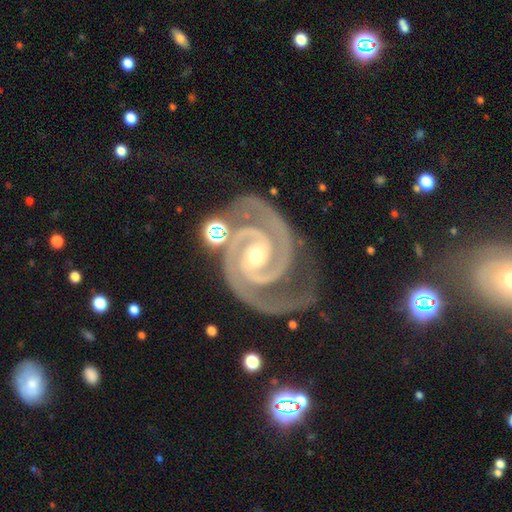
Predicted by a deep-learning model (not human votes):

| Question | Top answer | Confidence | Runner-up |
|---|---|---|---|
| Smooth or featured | featured or disk | 94% | star or artifact (4%) |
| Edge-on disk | no | 98% | yes (2%) |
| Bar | no | 46% | weak (32%) |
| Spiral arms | yes | 99% | no (1%) |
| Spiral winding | tight | 74% | medium (24%) |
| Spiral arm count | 2 | 87% | 3 (7%) |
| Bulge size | small | 60% | moderate (37%) |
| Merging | none | 70% | minor disturbance (18%) |